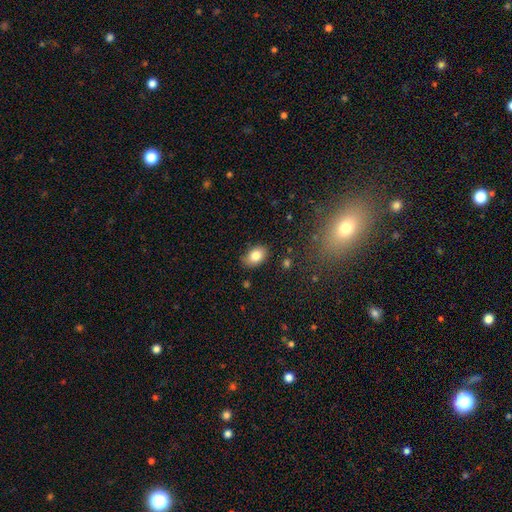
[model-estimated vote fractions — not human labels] smooth_or_featured: smooth (p=0.82) [alt: featured or disk p=0.09]
how_rounded: in between (p=0.83) [alt: round p=0.16]
merging: none (p=0.81) [alt: minor disturbance p=0.15]